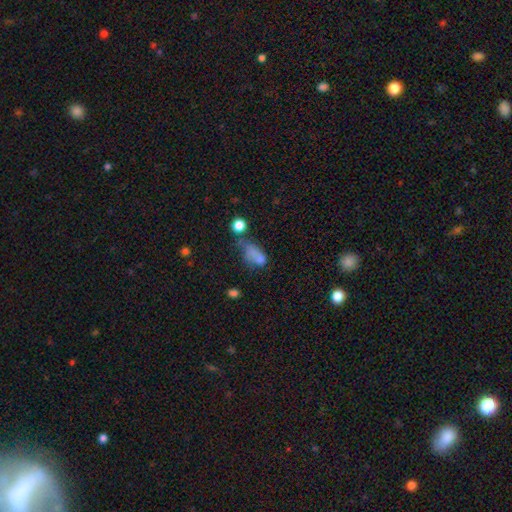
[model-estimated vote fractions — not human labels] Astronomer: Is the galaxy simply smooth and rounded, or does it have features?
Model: smooth — 67%.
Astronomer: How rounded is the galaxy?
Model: in between — 77%.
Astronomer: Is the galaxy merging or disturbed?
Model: major disturbance — 29% (runner-up: none, 25%).